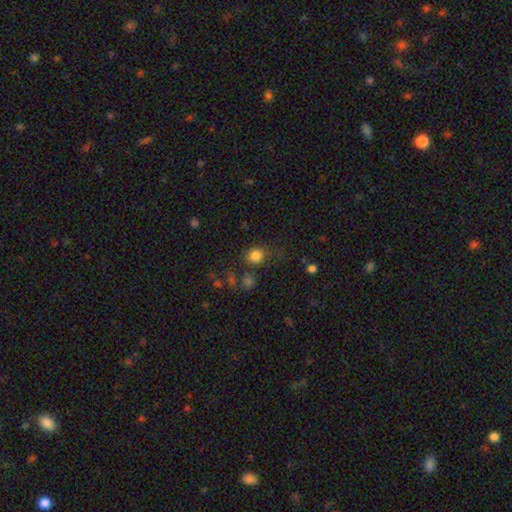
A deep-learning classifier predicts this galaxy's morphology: This is clearly a smooth galaxy (81%). How rounded: likely round (80%). Merging: likely none (66%).